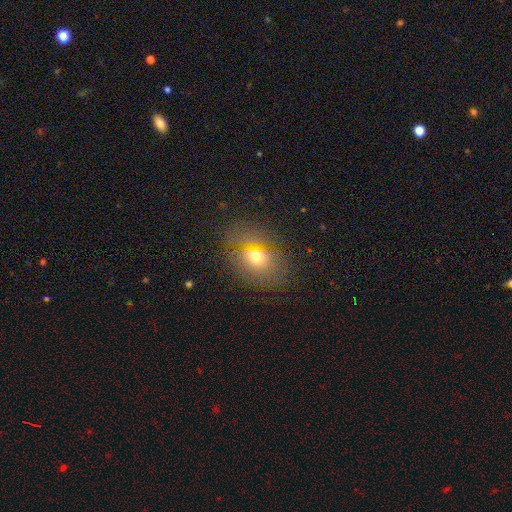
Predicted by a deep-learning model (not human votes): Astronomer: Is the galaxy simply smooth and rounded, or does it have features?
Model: smooth — 62%.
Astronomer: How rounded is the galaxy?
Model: in between — 58% (runner-up: round, 40%).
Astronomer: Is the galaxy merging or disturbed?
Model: none — 79%.